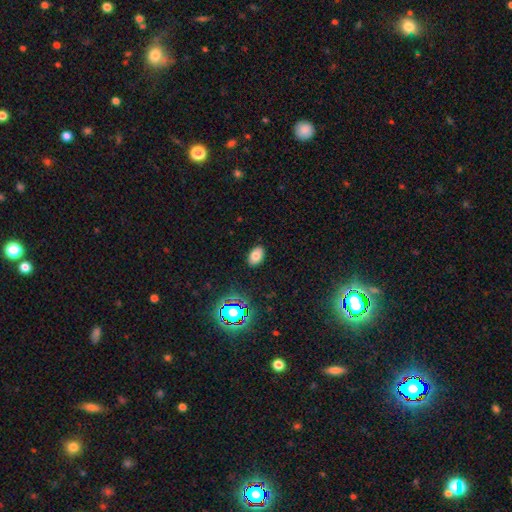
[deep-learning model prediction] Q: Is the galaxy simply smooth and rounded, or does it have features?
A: smooth — 76%.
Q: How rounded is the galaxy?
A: in between — 88%.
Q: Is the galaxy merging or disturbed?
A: none — 87%.